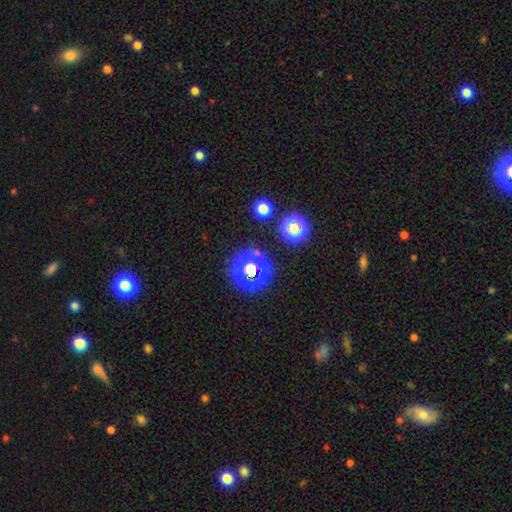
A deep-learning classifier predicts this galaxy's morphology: A star or artifact, not a galaxy (69%).

Vote fractions:
- Smooth or featured? star or artifact: 69% / smooth: 22% / featured or disk: 8%